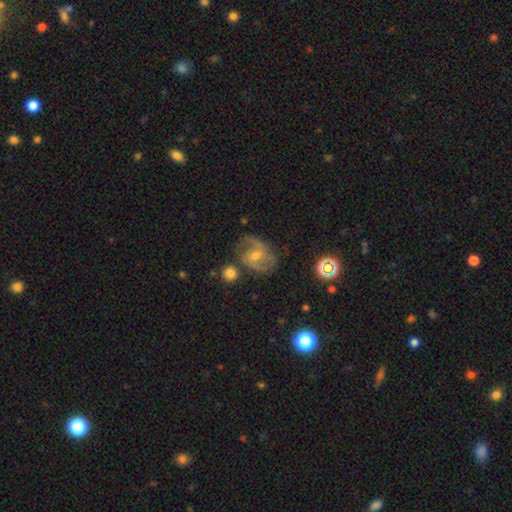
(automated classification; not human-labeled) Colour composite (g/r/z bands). It shows a featured or disk galaxy (75%) with a weak bar (46%), 2 (76%) medium (48%) spiral arms (91%) and a small central bulge (48%). Merging: none (63%).